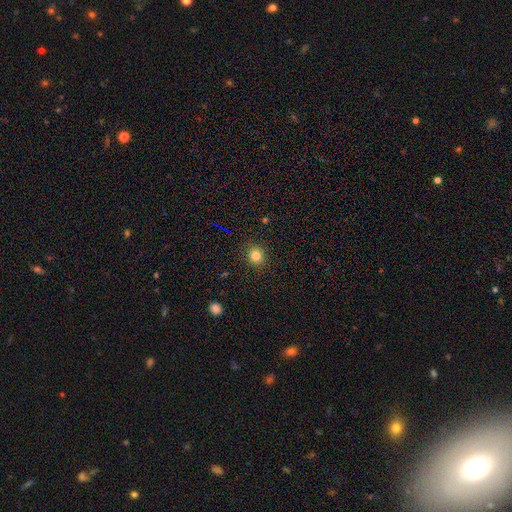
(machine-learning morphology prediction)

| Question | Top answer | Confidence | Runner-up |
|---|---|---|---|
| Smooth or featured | smooth | 81% | star or artifact (13%) |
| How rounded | round | 87% | in between (12%) |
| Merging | none | 90% | minor disturbance (6%) |